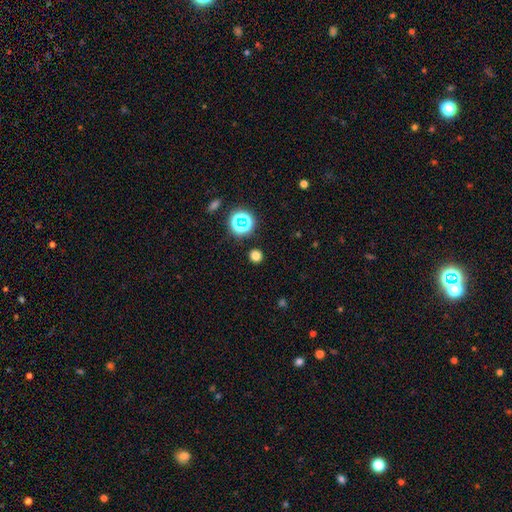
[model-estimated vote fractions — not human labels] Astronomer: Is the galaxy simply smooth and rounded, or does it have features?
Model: smooth — 73%.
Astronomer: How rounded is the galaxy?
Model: round — 92%.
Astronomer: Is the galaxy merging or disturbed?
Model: none — 90%.